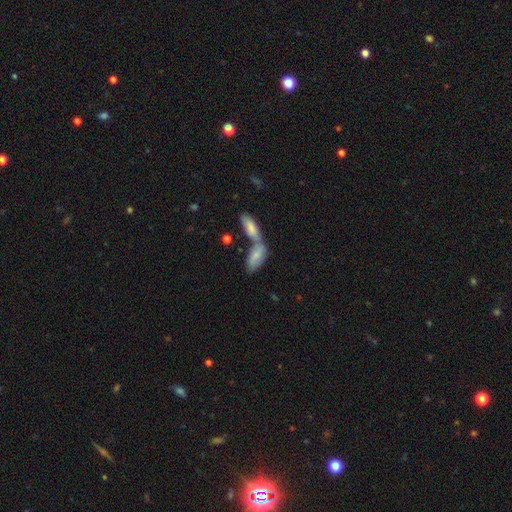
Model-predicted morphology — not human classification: type=smooth (71%); roundness=in between (81%); merging=merger (61%).